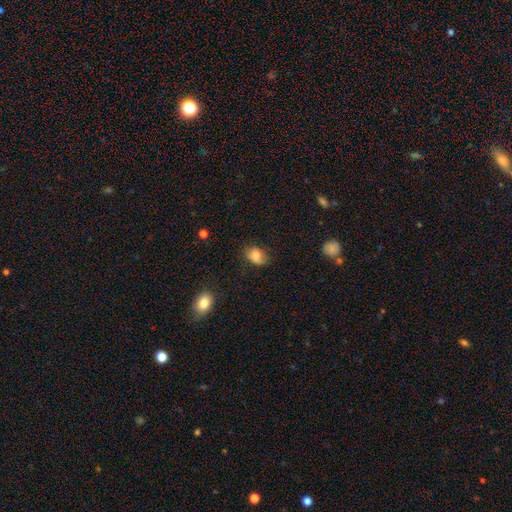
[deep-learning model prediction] Smooth or featured: smooth — 73% (featured or disk — 17%)
How rounded: in between — 75% (round — 24%)
Merging: none — 59% (minor disturbance — 30%)